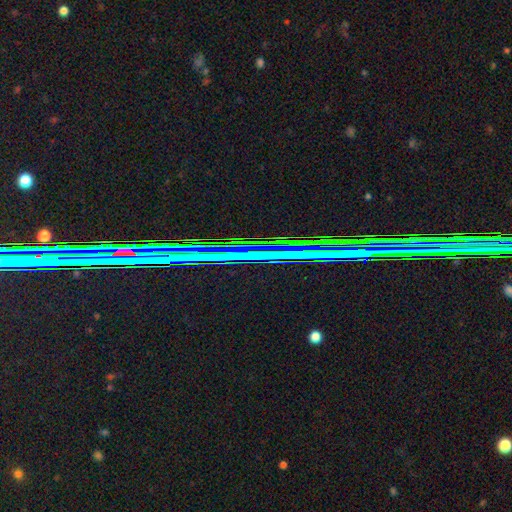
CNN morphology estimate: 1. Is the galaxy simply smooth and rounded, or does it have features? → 78% star or artifact, 14% featured or disk, 8% smooth.